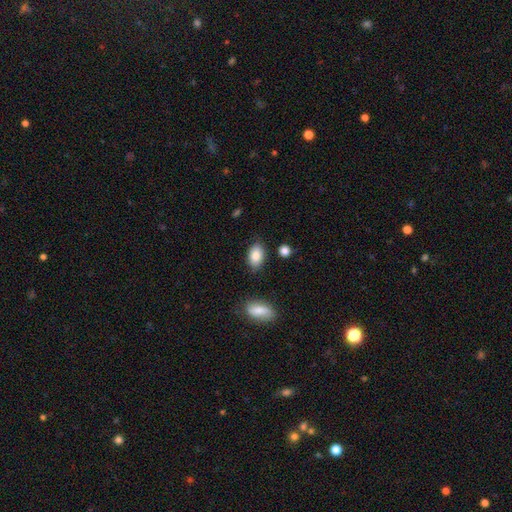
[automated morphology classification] A smooth galaxy with no disk features (86%) that is in between round and cigar-shaped (91%).

Vote fractions:
- Smooth or featured? smooth: 86% / star or artifact: 7% / featured or disk: 6%
- How rounded? in between: 91% / round: 8% / cigar-shaped: 2%
- Merging? none: 81% / minor disturbance: 13% / major disturbance: 3% / merger: 3%